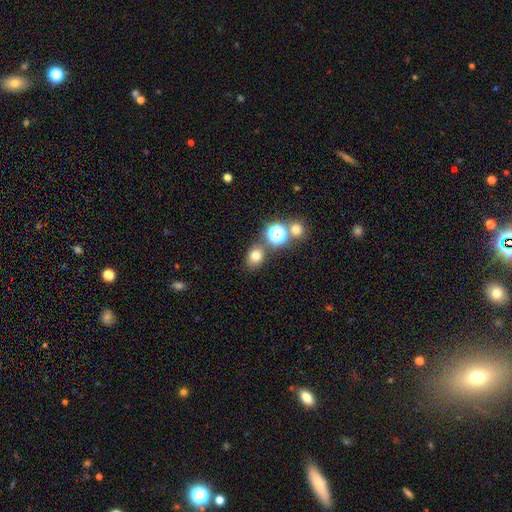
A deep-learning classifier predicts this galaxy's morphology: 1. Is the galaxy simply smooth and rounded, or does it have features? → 74% smooth, 18% star or artifact, 8% featured or disk.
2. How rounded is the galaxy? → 54% round, 45% in between, 1% cigar-shaped.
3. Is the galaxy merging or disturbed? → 72% none, 12% merger, 12% minor disturbance, 4% major disturbance.